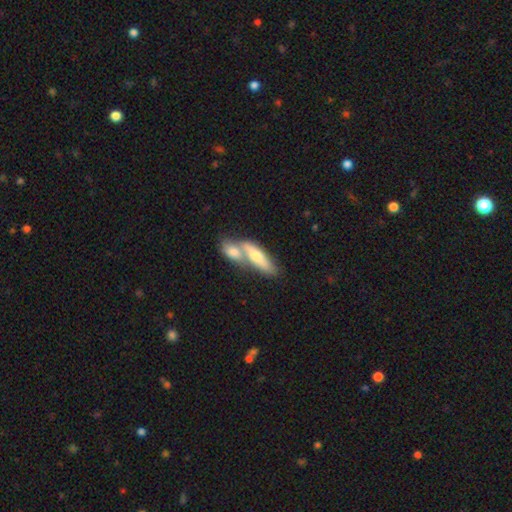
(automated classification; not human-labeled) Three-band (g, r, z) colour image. It shows a smooth galaxy with no disk features (56%) that is cigar-shaped (52%). Merging: merger (62%).